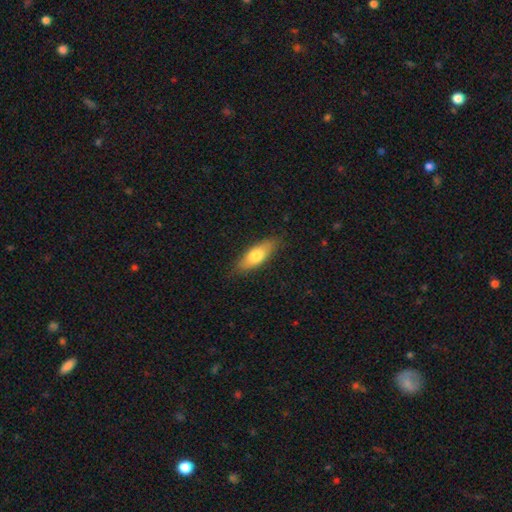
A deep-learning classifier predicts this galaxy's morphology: Overall: smooth (72%). How rounded: in between (61%; cigar-shaped 36%). Merging: none (83%).